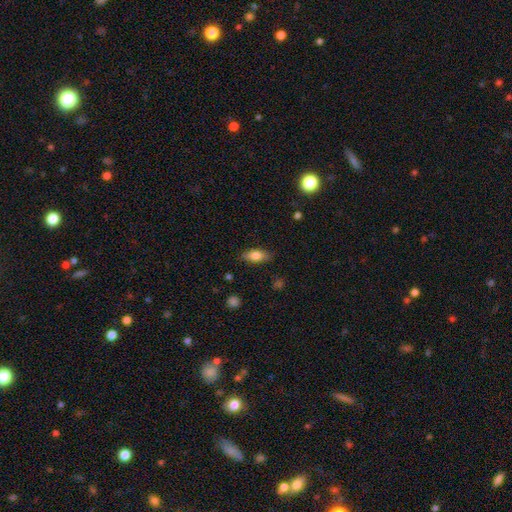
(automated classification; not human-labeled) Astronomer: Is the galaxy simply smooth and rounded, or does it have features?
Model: smooth — 77%.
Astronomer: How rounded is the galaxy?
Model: in between — 80%.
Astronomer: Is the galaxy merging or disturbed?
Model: none — 84%.